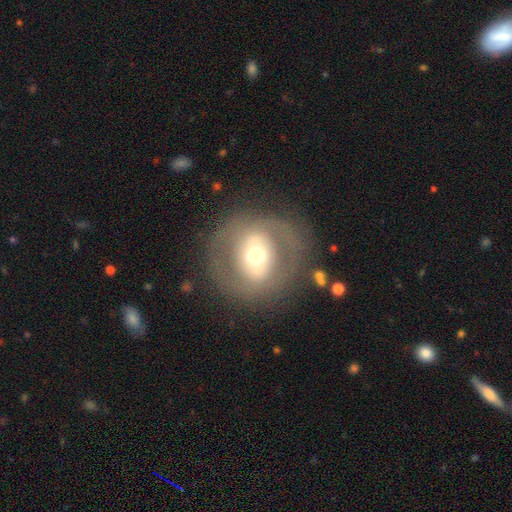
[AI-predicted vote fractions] This appears to be a featured or disk galaxy (53%). Merging: none (80%).